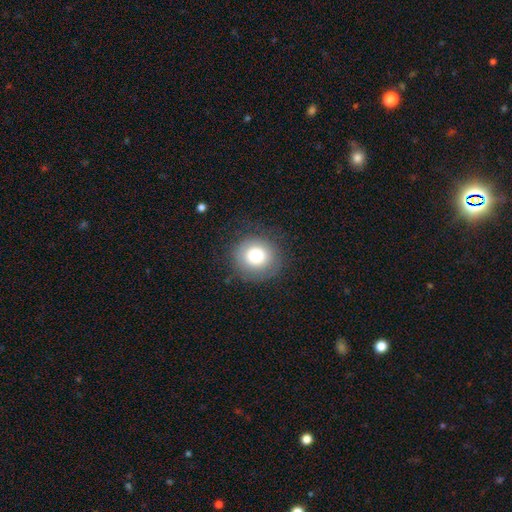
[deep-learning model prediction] Overall: smooth (77%). How rounded: round (91%). Merging: none (81%).